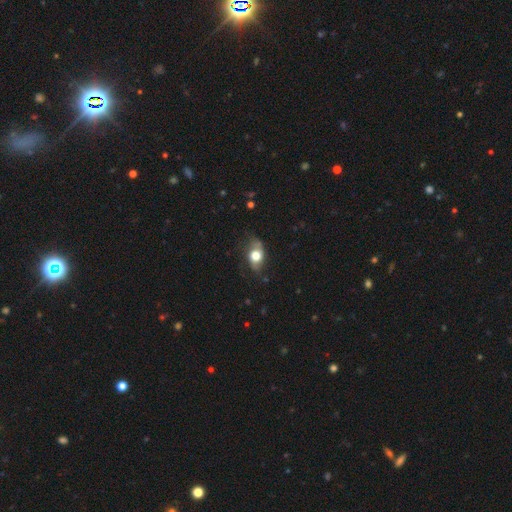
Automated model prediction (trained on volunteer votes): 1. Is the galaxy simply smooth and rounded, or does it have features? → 66% smooth, 26% featured or disk, 8% star or artifact.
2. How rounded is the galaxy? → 74% in between, 23% round, 3% cigar-shaped.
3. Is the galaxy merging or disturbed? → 60% none, 28% minor disturbance, 11% major disturbance, 2% merger.